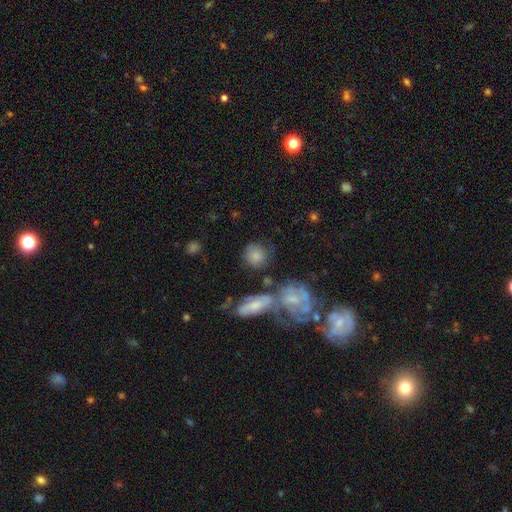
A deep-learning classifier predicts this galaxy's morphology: The model was most divided on "smooth or featured": smooth: 66%, featured or disk: 24%, star or artifact: 10%. More confident: how rounded — round (78%); merging — none (60%).